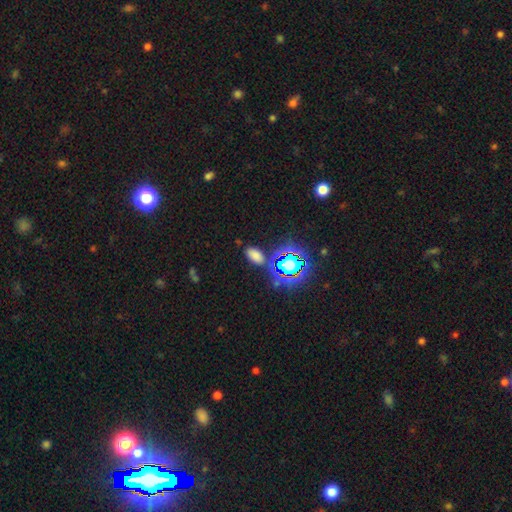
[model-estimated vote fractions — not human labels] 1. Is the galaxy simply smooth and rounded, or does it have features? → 69% smooth, 25% star or artifact, 7% featured or disk.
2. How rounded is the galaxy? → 91% in between, 6% round, 3% cigar-shaped.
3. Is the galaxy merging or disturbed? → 81% none, 10% minor disturbance, 5% merger, 3% major disturbance.